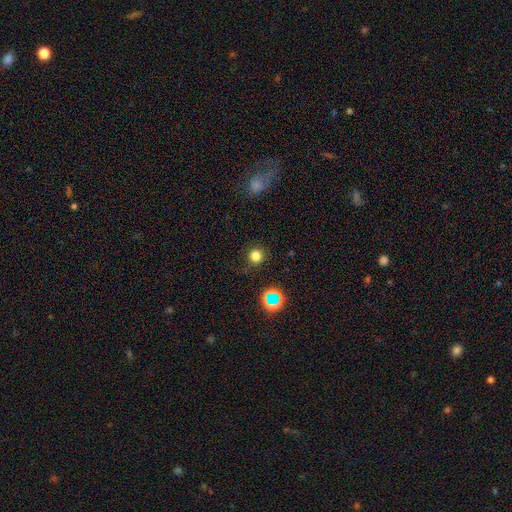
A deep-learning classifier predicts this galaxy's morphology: A smooth galaxy with no disk features (78%) that is round (93%).

Vote fractions:
- Smooth or featured? smooth: 78% / star or artifact: 17% / featured or disk: 5%
- How rounded? round: 93% / in between: 6% / cigar-shaped: 1%
- Merging? none: 89% / minor disturbance: 7% / major disturbance: 3% / merger: 1%